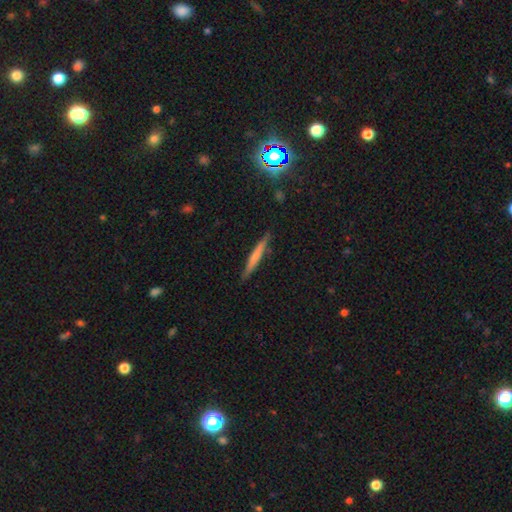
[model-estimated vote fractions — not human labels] A smooth galaxy with no disk features (58%) that is cigar-shaped (95%).

Vote fractions:
- Smooth or featured? smooth: 58% / featured or disk: 36% / star or artifact: 6%
- How rounded? cigar-shaped: 95% / in between: 3% / round: 1%
- Merging? none: 86% / minor disturbance: 11% / major disturbance: 2% / merger: 2%